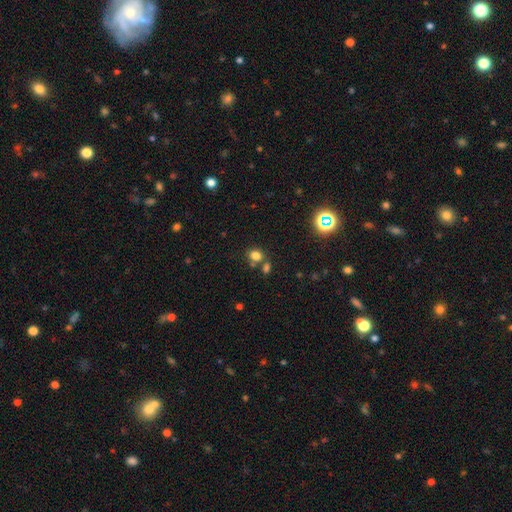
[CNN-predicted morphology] Smooth or featured? smooth (77%)
How rounded? round (59%)
Merging? none (62%)